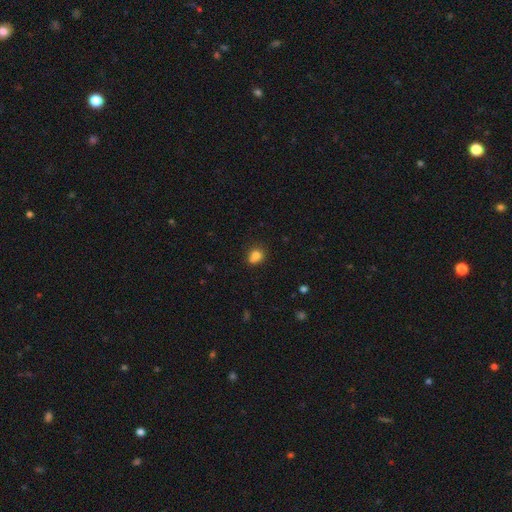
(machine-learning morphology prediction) This is likely a smooth galaxy (80%). How rounded: likely round (62%). Merging: possibly none (54%).